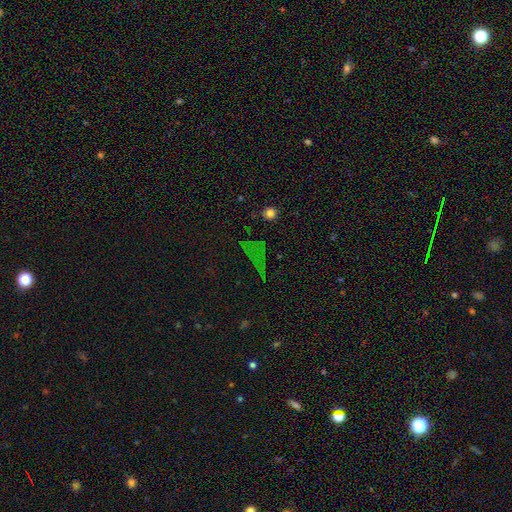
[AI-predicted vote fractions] Smooth or featured: star or artifact — 66% (smooth — 21%)